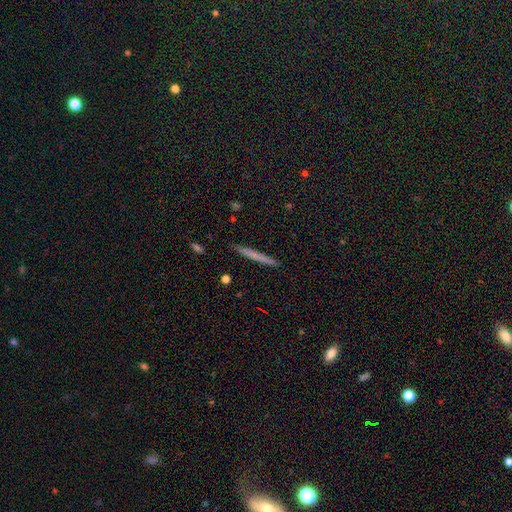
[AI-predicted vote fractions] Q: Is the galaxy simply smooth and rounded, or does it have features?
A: smooth — 62%.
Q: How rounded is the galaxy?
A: cigar-shaped — 97%.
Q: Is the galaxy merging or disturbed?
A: none — 92%.